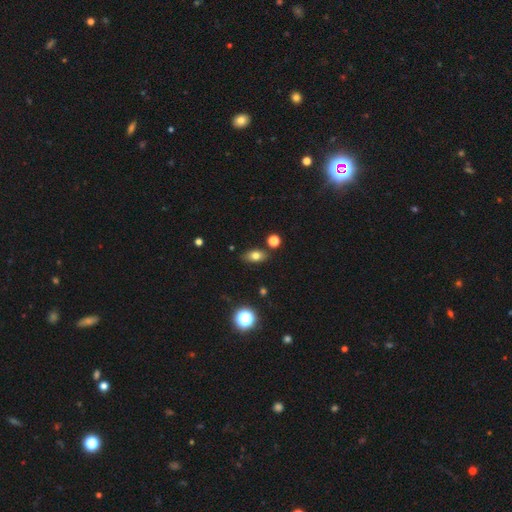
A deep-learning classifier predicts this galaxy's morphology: A smooth galaxy with no disk features (75%) that is in between round and cigar-shaped (82%). Merging: none (82%).